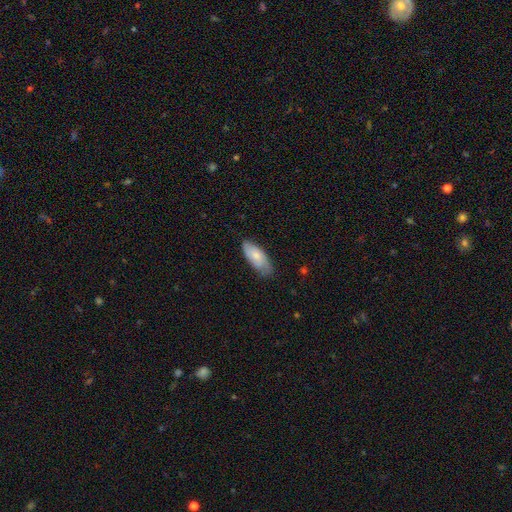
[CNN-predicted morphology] A smooth galaxy with no disk features (71%) that is in between round and cigar-shaped (84%). Merging: none (71%).